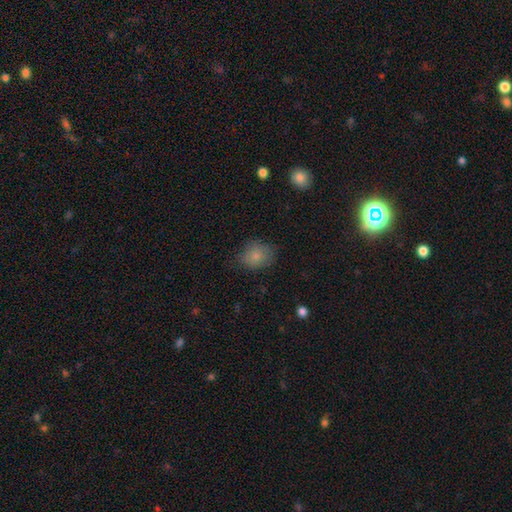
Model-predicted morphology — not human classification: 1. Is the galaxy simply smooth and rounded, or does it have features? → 81% smooth, 10% star or artifact, 9% featured or disk.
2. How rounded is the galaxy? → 53% round, 46% in between, 1% cigar-shaped.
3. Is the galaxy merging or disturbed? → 72% none, 21% minor disturbance, 5% major disturbance, 1% merger.